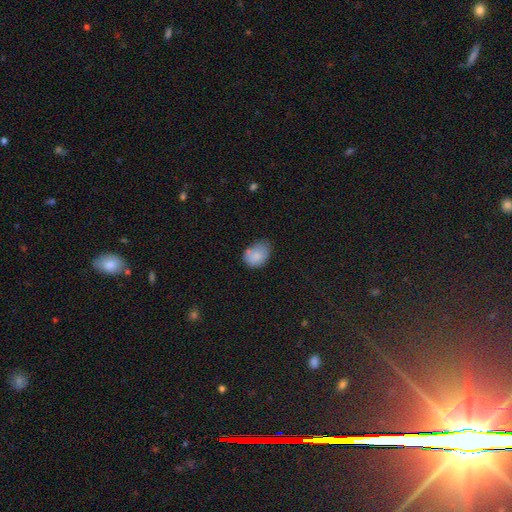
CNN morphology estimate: Smooth or featured: smooth — 83% (featured or disk — 9%)
How rounded: in between — 73% (round — 26%)
Merging: none — 53% (minor disturbance — 35%)